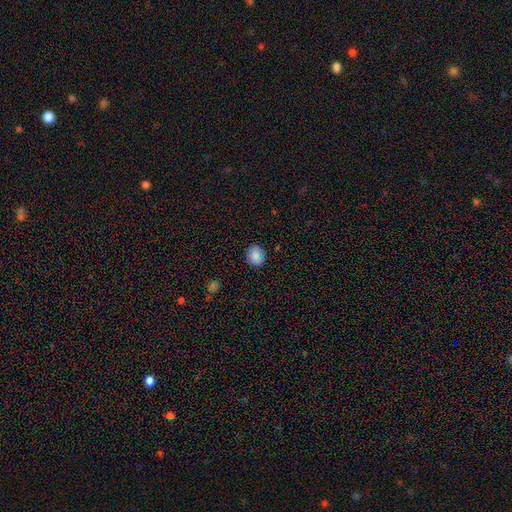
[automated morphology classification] A smooth galaxy with no disk features (86%) that is round (68%). Merging: none (86%).